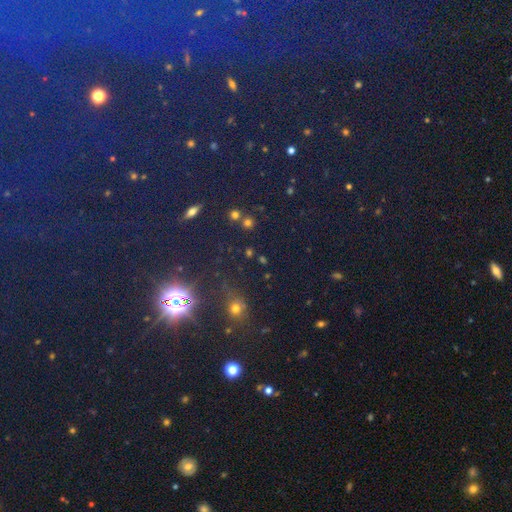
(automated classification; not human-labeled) This appears to be a star or artifact, not a galaxy (71%).